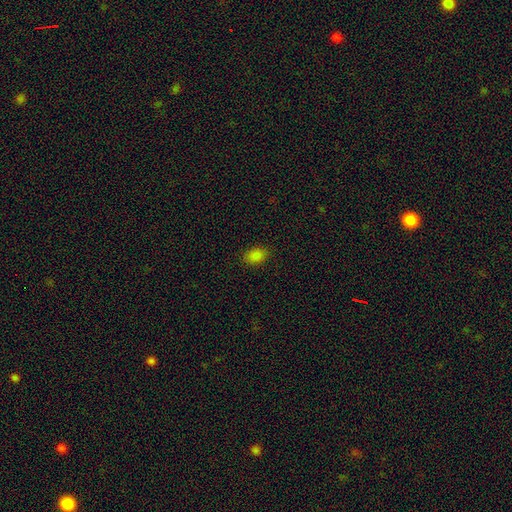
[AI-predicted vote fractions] The model was most divided on "smooth or featured": smooth: 84%, star or artifact: 12%, featured or disk: 3%. More confident: merging — none (87%); how rounded — in between (86%).